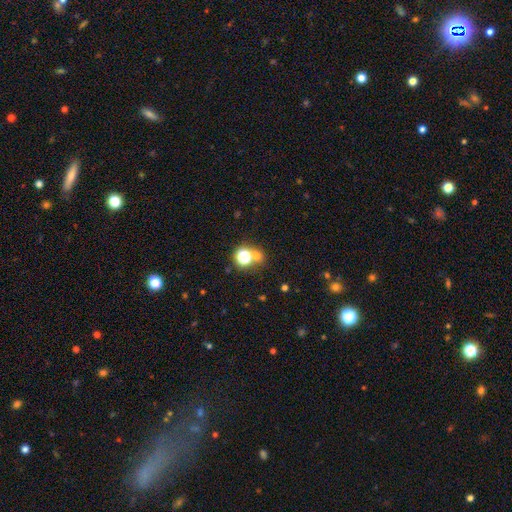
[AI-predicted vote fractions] Smooth or featured? Predicted: smooth (p=0.57). How rounded? Predicted: round (p=0.80). Merging? Predicted: none (p=0.61).